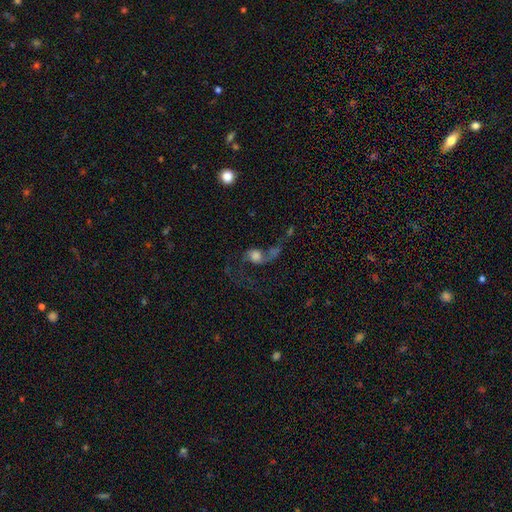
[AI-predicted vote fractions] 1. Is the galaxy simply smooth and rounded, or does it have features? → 62% featured or disk, 26% smooth, 12% star or artifact.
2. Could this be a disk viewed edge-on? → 94% no, 6% yes.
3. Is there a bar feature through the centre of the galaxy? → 71% no, 23% weak, 6% strong.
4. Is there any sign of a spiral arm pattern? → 80% yes, 20% no.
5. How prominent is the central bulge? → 35% moderate, 31% large, 16% small, 10% none, 8% dominant.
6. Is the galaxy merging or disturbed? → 40% major disturbance, 30% none, 19% merger, 12% minor disturbance.